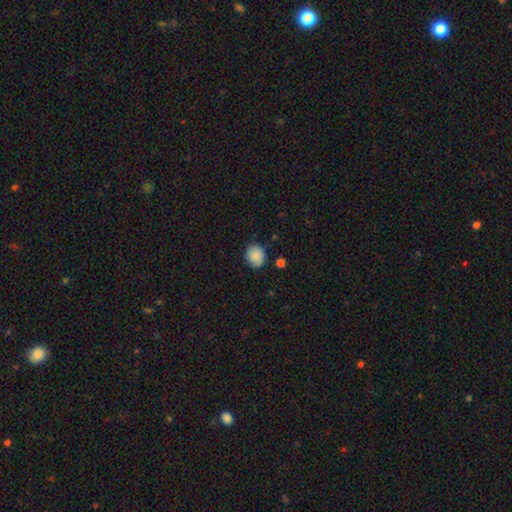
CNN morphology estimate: This appears to be a smooth galaxy with no disk features (86%) that is round (65%). Merging: none (81%).